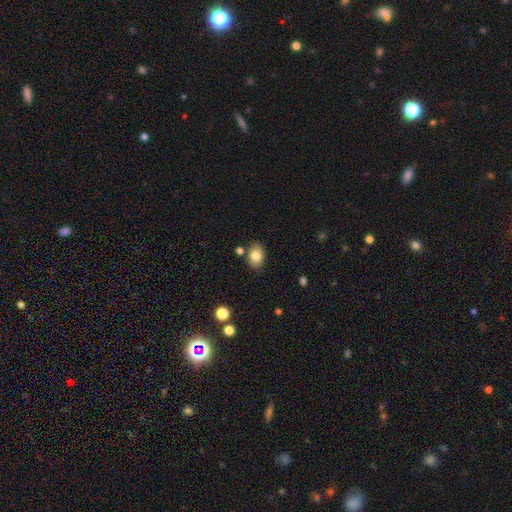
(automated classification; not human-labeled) Morphology: type=smooth (81%); roundness=in between (73%); merging=none (81%).